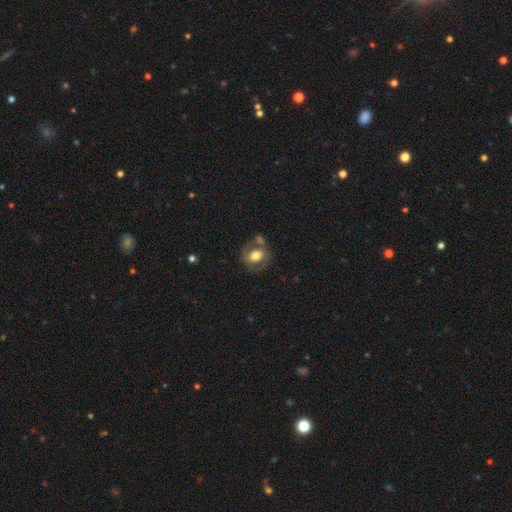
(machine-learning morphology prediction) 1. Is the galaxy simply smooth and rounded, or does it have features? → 54% smooth, 38% featured or disk, 8% star or artifact.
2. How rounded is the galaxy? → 54% round, 45% in between, 1% cigar-shaped.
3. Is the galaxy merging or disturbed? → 56% none, 18% merger, 17% minor disturbance, 9% major disturbance.